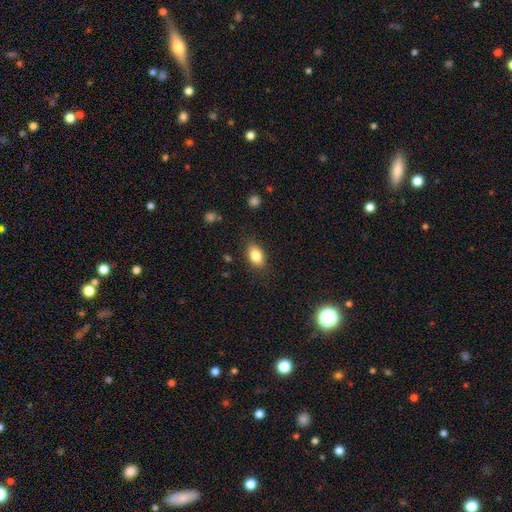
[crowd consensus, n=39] Overall: smooth (95%). How rounded: in between (92%). Merging: none (78%).